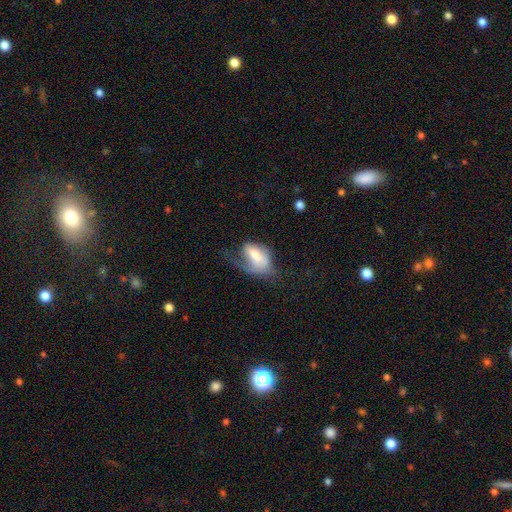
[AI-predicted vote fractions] A smooth galaxy with no disk features (54%) that is in between round and cigar-shaped (87%).

Vote fractions:
- Smooth or featured? smooth: 54% / featured or disk: 39% / star or artifact: 8%
- How rounded? in between: 87% / round: 11% / cigar-shaped: 2%
- Merging? major disturbance: 50% / minor disturbance: 24% / none: 23% / merger: 3%